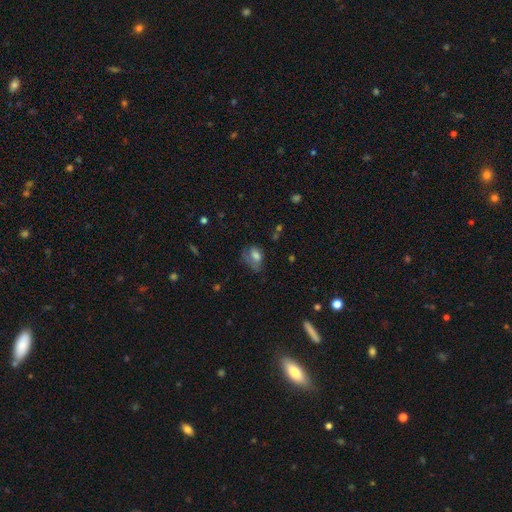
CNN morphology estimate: Overall: smooth (60%; featured or disk 27%). How rounded: in between (81%). Merging: none (35%; major disturbance 32%).